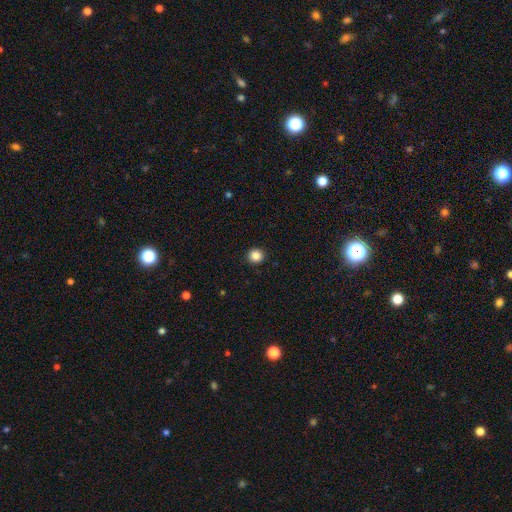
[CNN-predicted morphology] Overall: smooth (86%). How rounded: round (93%). Merging: none (93%).